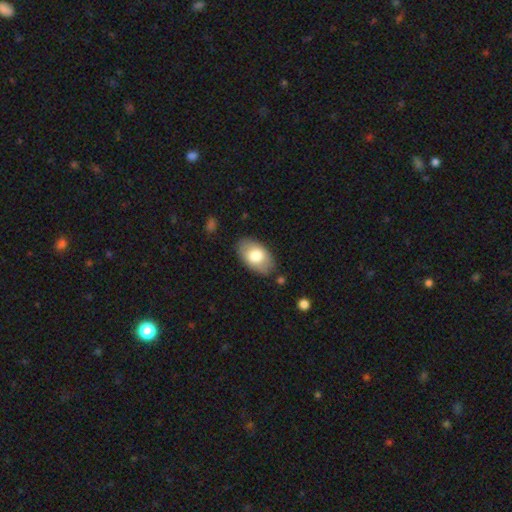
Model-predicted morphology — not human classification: smooth 75%, featured or disk 19%, star or artifact 6%. Down the decision tree: how rounded — in between (93%); merging — none (83%).